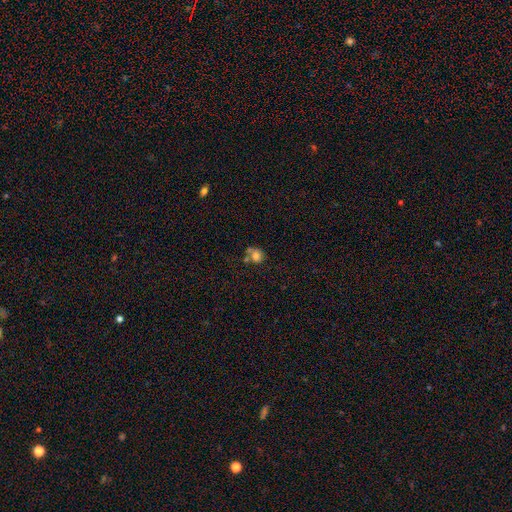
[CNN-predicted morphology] Overall: smooth (74%). How rounded: round (64%; in between 35%). Merging: none (39%; merger 30%).